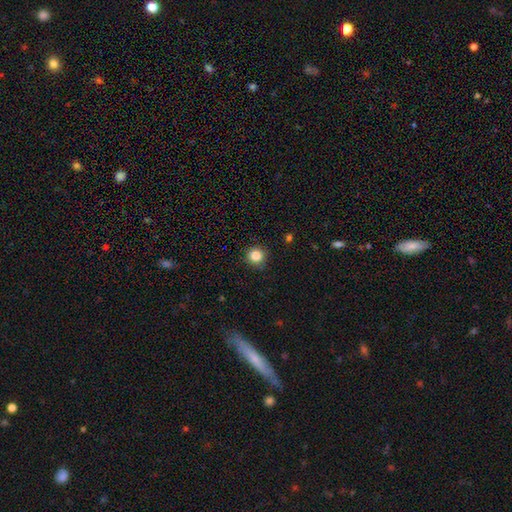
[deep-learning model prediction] The model was most divided on "smooth or featured": smooth: 85%, star or artifact: 11%, featured or disk: 4%. More confident: how rounded — round (94%); merging — none (90%).